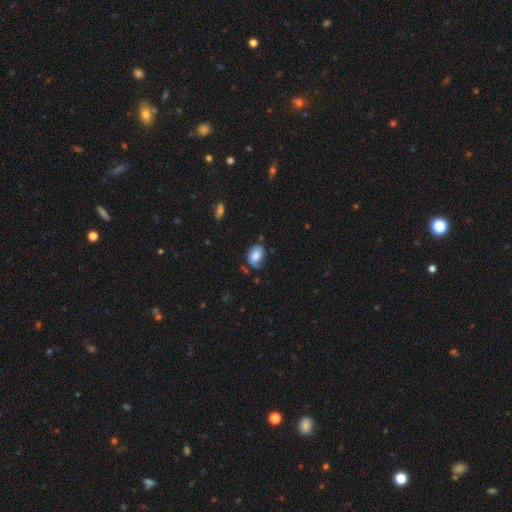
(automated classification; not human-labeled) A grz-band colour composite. It shows a smooth galaxy with no disk features (61%) that is in between round and cigar-shaped (78%). Merging: none (50%).